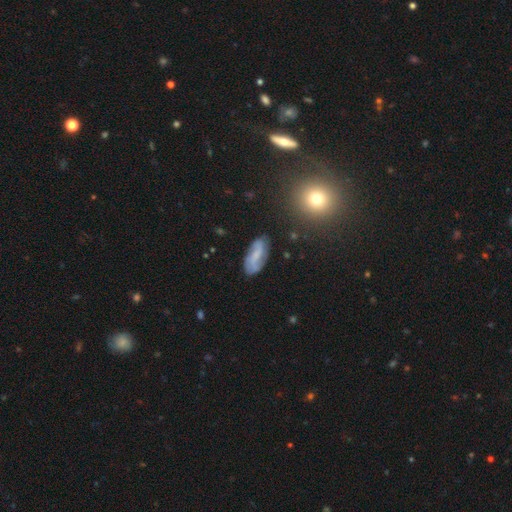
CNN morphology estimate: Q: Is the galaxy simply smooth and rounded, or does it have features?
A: featured or disk — 53%.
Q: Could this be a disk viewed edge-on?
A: no — 92%.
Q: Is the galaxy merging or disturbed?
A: none — 75%.